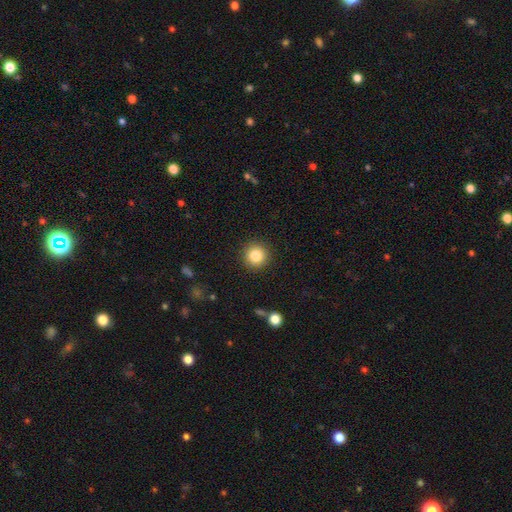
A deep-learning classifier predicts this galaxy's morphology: smooth_or_featured: smooth (p=0.83) [alt: star or artifact p=0.10]
how_rounded: round (p=0.94) [alt: in between p=0.05]
merging: none (p=0.91) [alt: minor disturbance p=0.06]